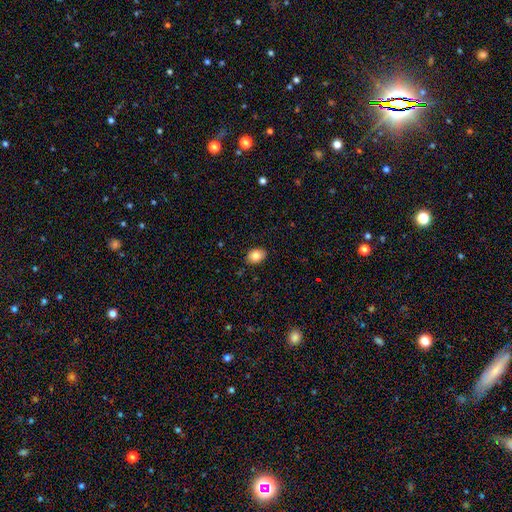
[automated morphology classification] Smooth or featured: smooth — 86% (star or artifact — 8%)
How rounded: in between — 74% (round — 25%)
Merging: none — 84% (minor disturbance — 13%)